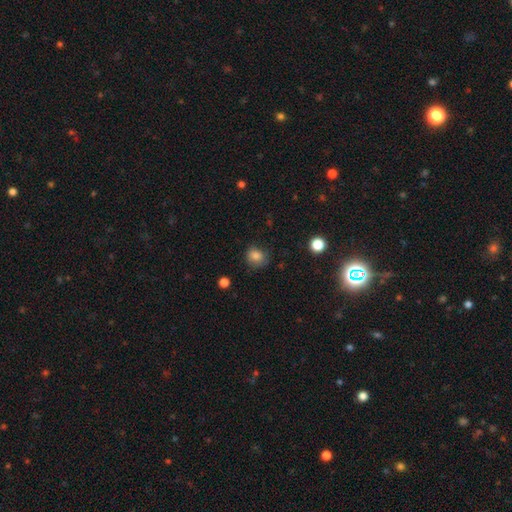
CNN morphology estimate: smooth_or_featured: smooth (p=0.83) [alt: star or artifact p=0.11]
how_rounded: round (p=0.69) [alt: in between p=0.30]
merging: none (p=0.66) [alt: minor disturbance p=0.24]